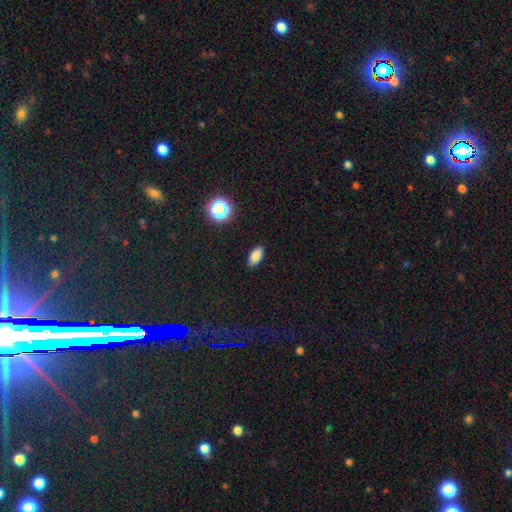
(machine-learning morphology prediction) Smooth or featured?
  - smooth: 83% *
  - star or artifact: 12%
  - featured or disk: 6%
How rounded?
  - in between: 89% *
  - cigar-shaped: 6%
  - round: 4%
Merging?
  - none: 87% *
  - minor disturbance: 9%
  - major disturbance: 2%
  - merger: 1%